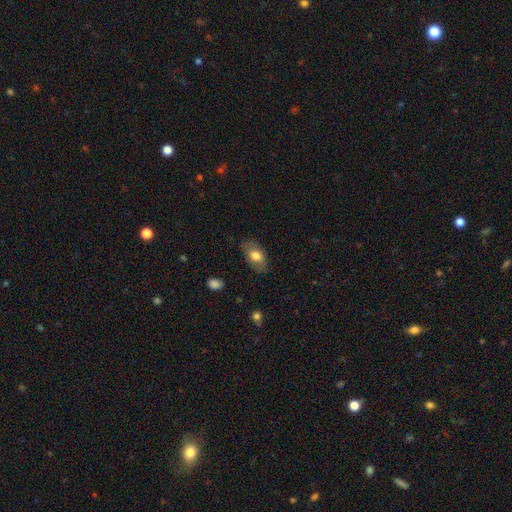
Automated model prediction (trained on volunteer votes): This is likely a smooth galaxy (71%). How rounded: clearly in between (91%). Merging: likely none (77%).